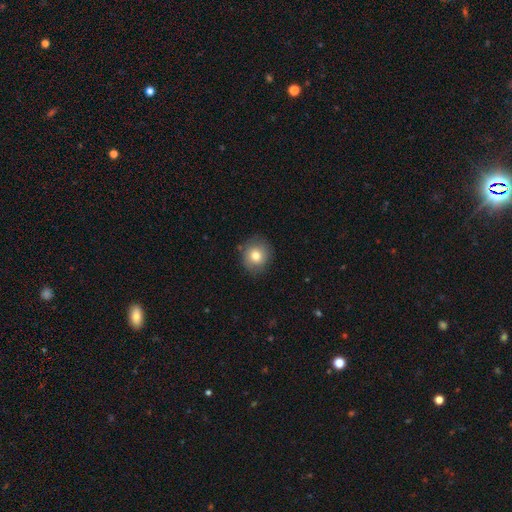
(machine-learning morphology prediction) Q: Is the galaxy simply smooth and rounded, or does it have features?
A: smooth — 79%.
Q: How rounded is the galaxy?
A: round — 82%.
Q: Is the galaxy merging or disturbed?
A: none — 82%.